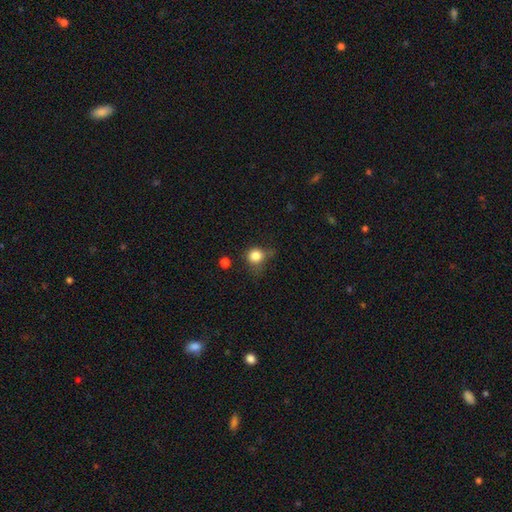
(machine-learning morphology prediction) This appears to be a smooth galaxy with no disk features (82%) that is round (83%). Merging: none (51%).